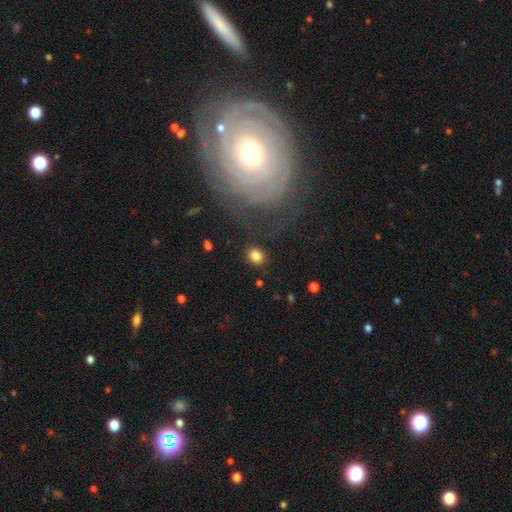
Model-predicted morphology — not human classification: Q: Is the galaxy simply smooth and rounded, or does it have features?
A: smooth — 83%.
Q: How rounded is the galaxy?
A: round — 62%.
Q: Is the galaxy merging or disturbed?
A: none — 85%.